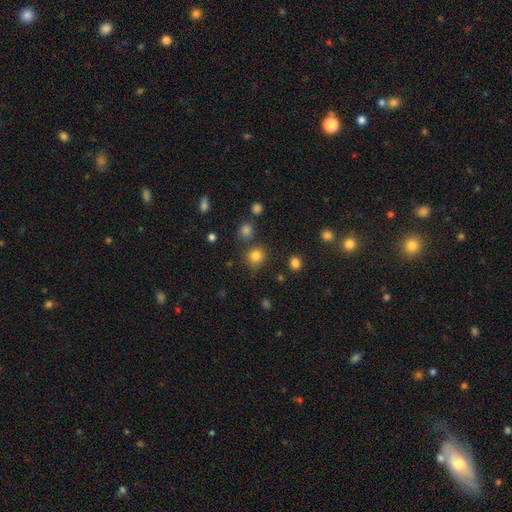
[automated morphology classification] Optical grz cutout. It shows a smooth galaxy with no disk features (81%) that is round (86%). Merging: none (78%).